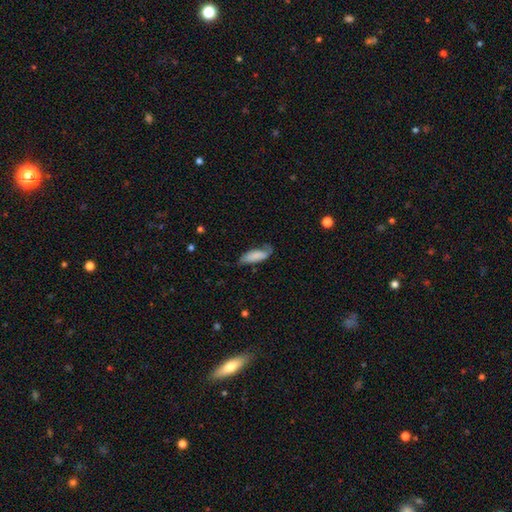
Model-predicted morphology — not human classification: Smooth or featured: smooth — 69% (featured or disk — 24%)
How rounded: in between — 72% (cigar-shaped — 27%)
Merging: none — 44% (minor disturbance — 34%)